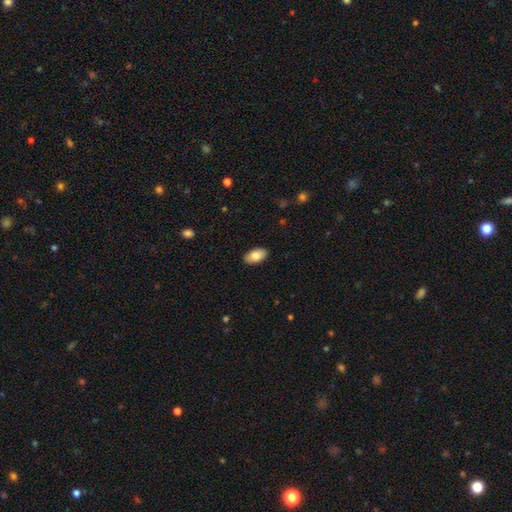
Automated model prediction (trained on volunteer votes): This appears to be a smooth galaxy with no disk features (84%) that is in between round and cigar-shaped (95%). Merging: none (89%).